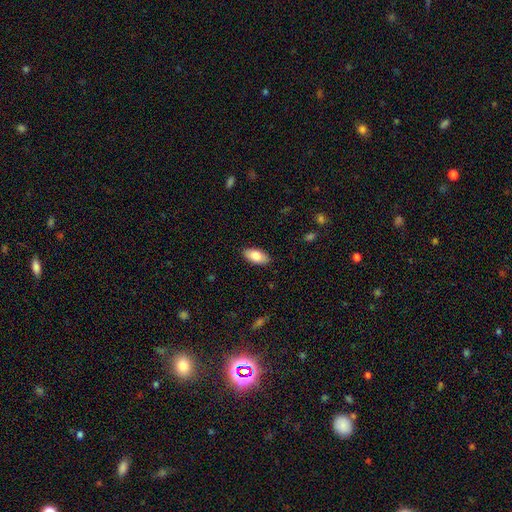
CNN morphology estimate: smooth 83%, featured or disk 10%, star or artifact 6%. Down the decision tree: how rounded — in between (92%); merging — none (88%).